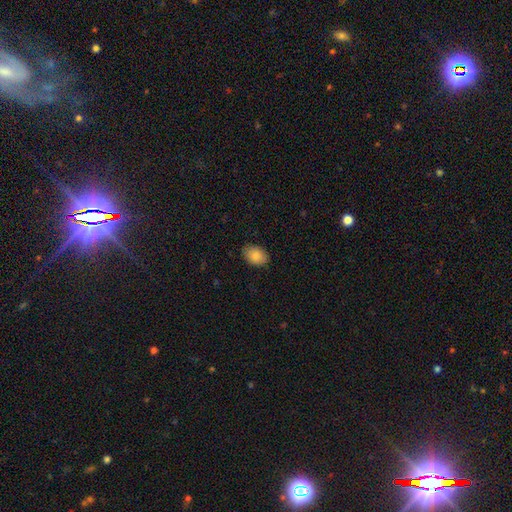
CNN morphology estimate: This is clearly a smooth galaxy (85%). How rounded: clearly in between (81%). Merging: clearly none (86%).